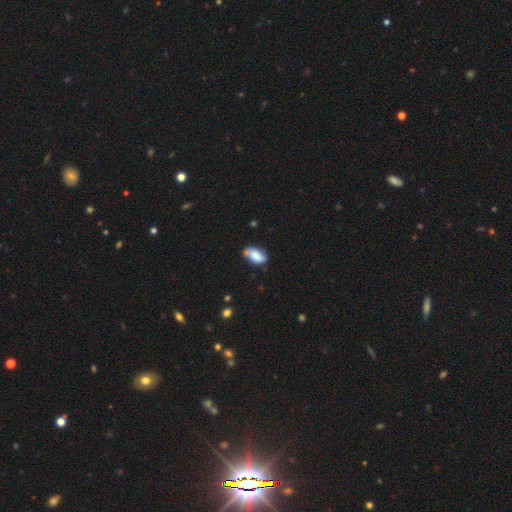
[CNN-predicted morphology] Smooth or featured: smooth — 65% (featured or disk — 27%)
How rounded: in between — 92% (round — 5%)
Merging: none — 67% (minor disturbance — 24%)